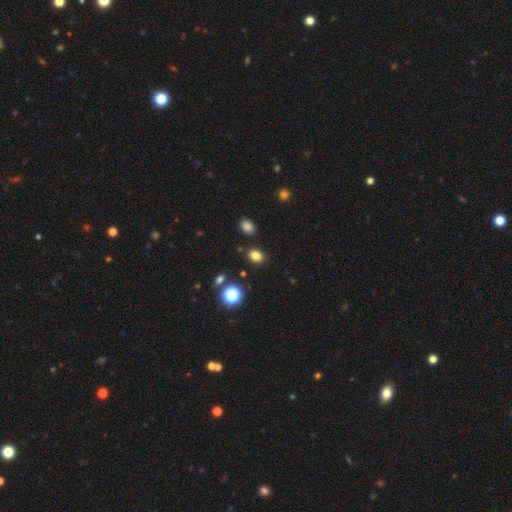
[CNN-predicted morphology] A smooth galaxy with no disk features (80%) that is in between round and cigar-shaped (57%).

Vote fractions:
- Smooth or featured? smooth: 80% / star or artifact: 15% / featured or disk: 5%
- How rounded? in between: 57% / round: 42% / cigar-shaped: 1%
- Merging? none: 85% / minor disturbance: 8% / merger: 4% / major disturbance: 3%